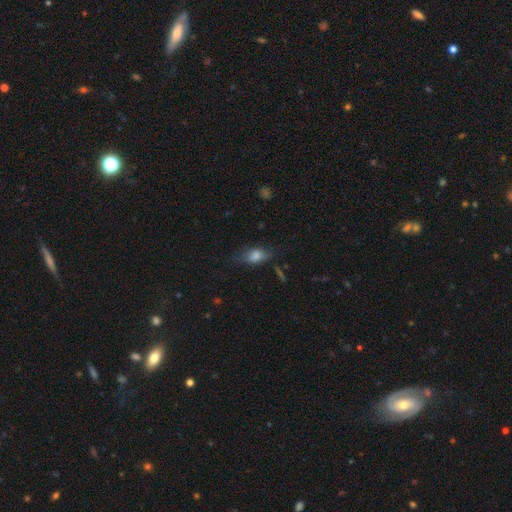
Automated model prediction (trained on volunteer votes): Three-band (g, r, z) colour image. It shows a smooth galaxy with no disk features (73%) that is in between round and cigar-shaped (82%). Merging: none (56%).